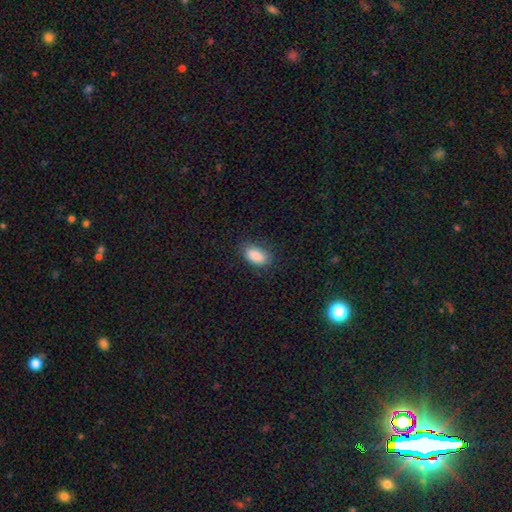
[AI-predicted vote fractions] Smooth or featured: smooth — 89% (star or artifact — 7%)
How rounded: in between — 92% (round — 5%)
Merging: none — 82% (minor disturbance — 14%)